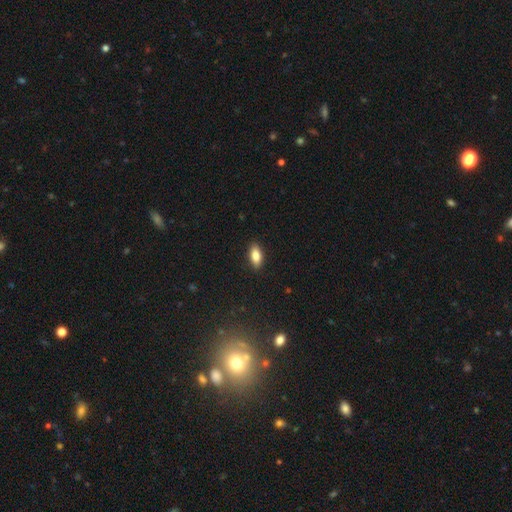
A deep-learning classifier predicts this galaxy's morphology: Smooth or featured?
  - smooth: 84% *
  - featured or disk: 9%
  - star or artifact: 7%
How rounded?
  - in between: 86% *
  - cigar-shaped: 11%
  - round: 3%
Merging?
  - none: 89% *
  - minor disturbance: 8%
  - major disturbance: 2%
  - merger: 1%